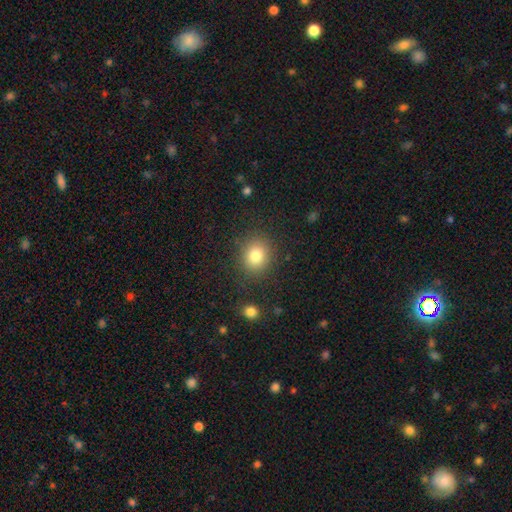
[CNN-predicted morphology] smooth 81%, star or artifact 11%, featured or disk 8%. Down the decision tree: how rounded — round (74%); merging — none (85%).